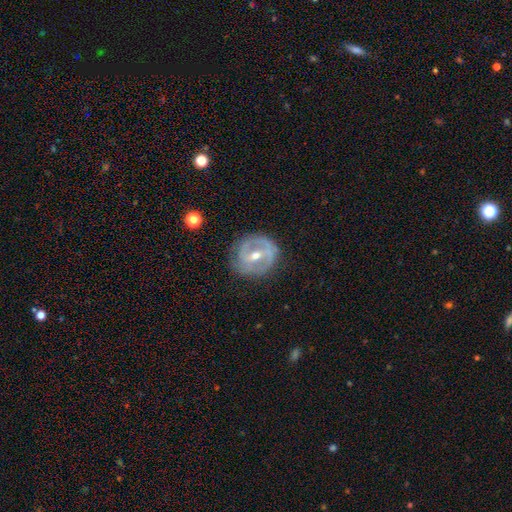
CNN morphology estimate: Smooth or featured: featured or disk — 80% (smooth — 15%)
Edge-on disk: no — 96% (yes — 4%)
Bar: strong — 42% (weak — 40%)
Spiral arms: yes — 71% (no — 29%)
Spiral winding: tight — 52% (medium — 35%)
Spiral arm count: 2 — 69% (can't tell — 17%)
Bulge size: moderate — 63% (small — 34%)
Merging: none — 77% (minor disturbance — 16%)